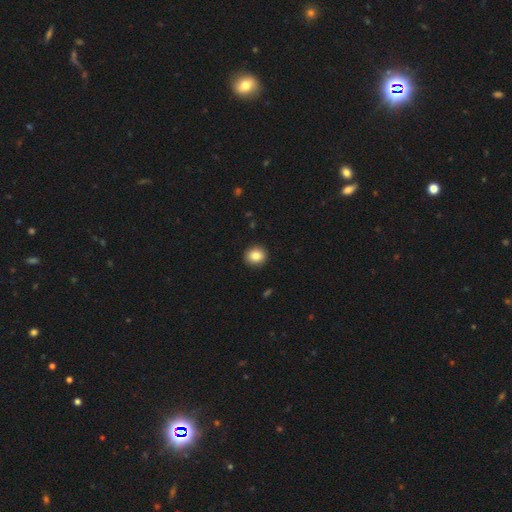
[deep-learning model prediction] smooth 85%, star or artifact 9%, featured or disk 6%. Down the decision tree: how rounded — round (82%); merging — none (91%).